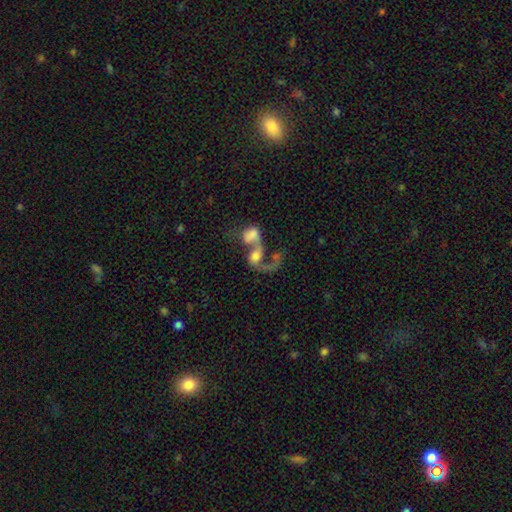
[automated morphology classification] Smooth or featured? Predicted: featured or disk (p=0.55). Edge-on disk? Predicted: no (p=0.96). Bar? Predicted: no (p=0.72). Spiral arms? Predicted: yes (p=0.64). Bulge size? Predicted: moderate (p=0.32). Merging? Predicted: merger (p=0.75).